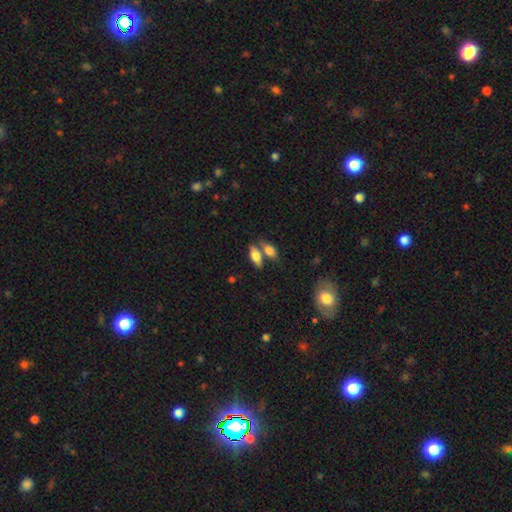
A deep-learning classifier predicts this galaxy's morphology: smooth-or-featured: smooth: 75% | featured or disk: 18% | star or artifact: 7%
  how-rounded: in between: 81% | cigar-shaped: 15% | round: 4%
  merging: none: 48% | merger: 37% | minor disturbance: 11% | major disturbance: 4%